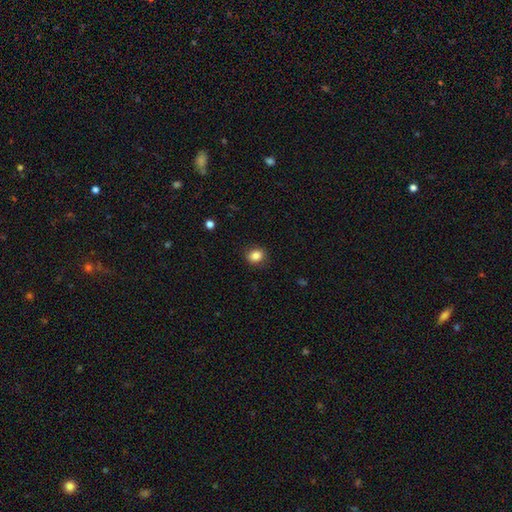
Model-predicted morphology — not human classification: Smooth or featured?
  - smooth: 85% *
  - star or artifact: 10%
  - featured or disk: 5%
How rounded?
  - round: 58% *
  - in between: 41%
  - cigar-shaped: 1%
Merging?
  - none: 87% *
  - minor disturbance: 10%
  - major disturbance: 3%
  - merger: 1%